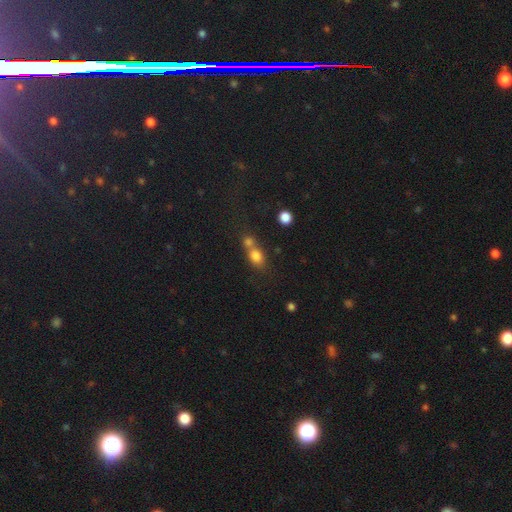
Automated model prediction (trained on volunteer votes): Morphology: type=smooth (78%); roundness=in between (53%); merging=merger (53%).